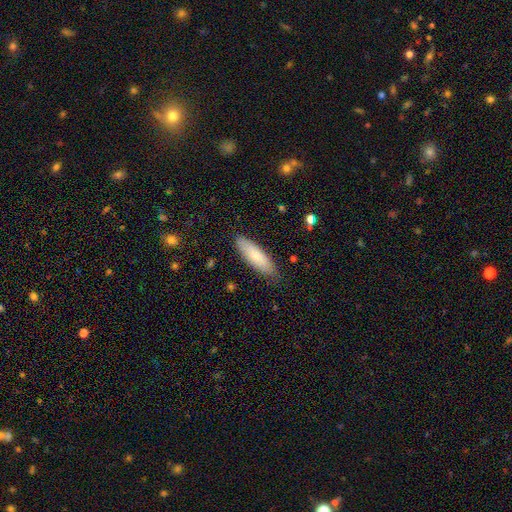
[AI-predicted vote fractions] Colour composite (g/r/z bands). It shows a smooth galaxy with no disk features (80%) that is cigar-shaped (52%). Merging: none (84%).